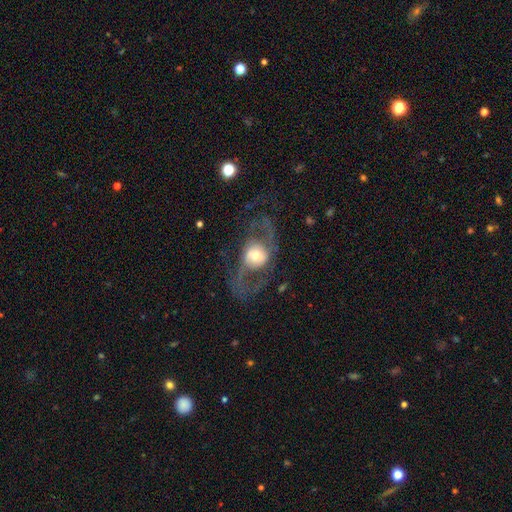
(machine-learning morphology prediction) This is likely a featured or disk galaxy (73%). It is clearly not viewed edge-on (94%). Bar: likely no (62%). Spiral arm pattern: likely yes (77%). Spiral arm count: clearly 2 (87%). Spiral winding: possibly loose (55%). Central bulge: possibly moderate (54%). Merging: possibly none (52%).